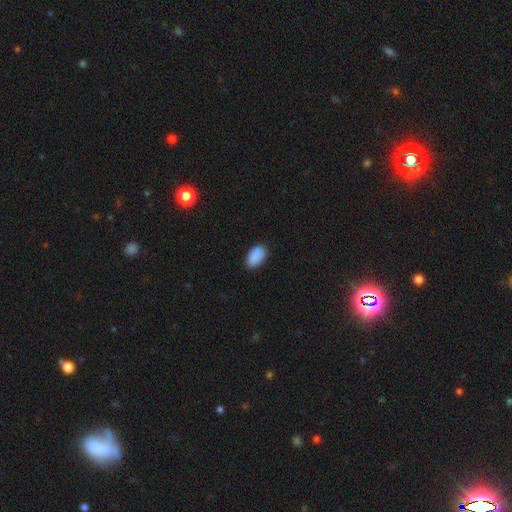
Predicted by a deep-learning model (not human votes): smooth 87%, star or artifact 8%, featured or disk 5%. Down the decision tree: how rounded — in between (91%); merging — none (78%).